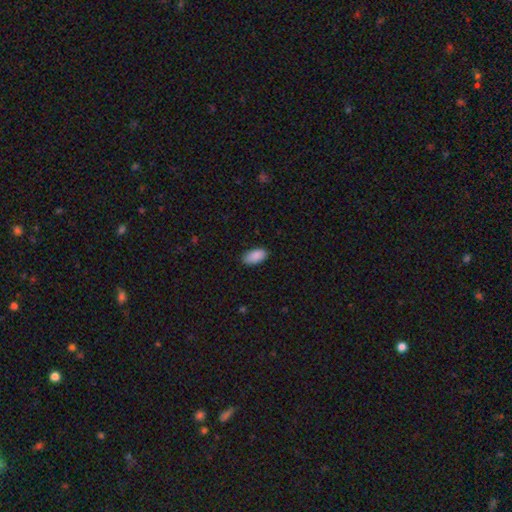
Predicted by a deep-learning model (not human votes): Morphology: type=smooth (90%); roundness=in between (95%); merging=none (86%).